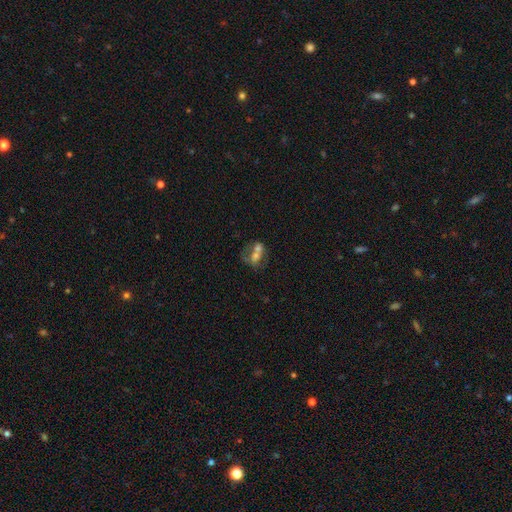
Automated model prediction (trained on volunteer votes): The model was most divided on "smooth or featured": smooth: 48%, featured or disk: 40%, star or artifact: 12%. More confident: merging — merger (64%).